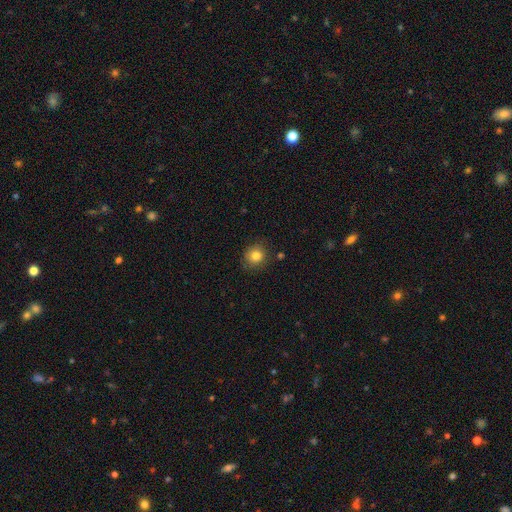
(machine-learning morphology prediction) Smooth or featured? smooth (82%)
How rounded? round (86%)
Merging? none (84%)